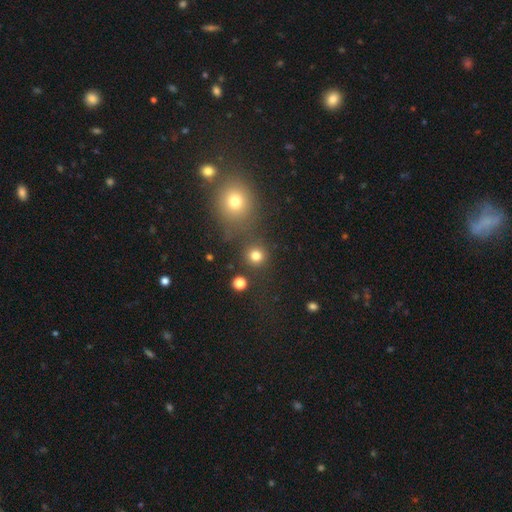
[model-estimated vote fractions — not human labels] This appears to be a smooth galaxy with no disk features (79%) that is round (92%). Merging: none (81%).